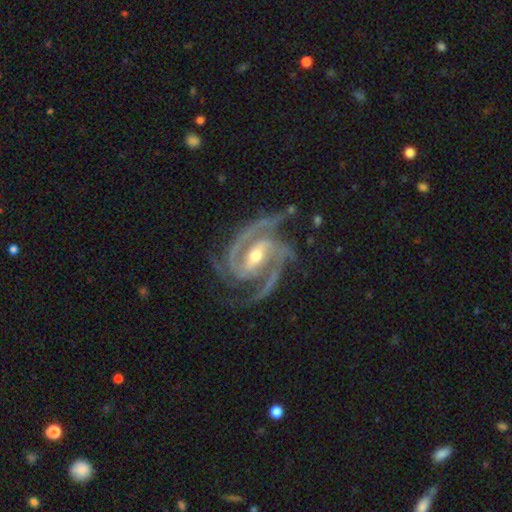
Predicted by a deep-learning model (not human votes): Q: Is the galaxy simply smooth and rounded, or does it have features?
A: featured or disk — 94%.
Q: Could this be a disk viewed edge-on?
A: no — 98%.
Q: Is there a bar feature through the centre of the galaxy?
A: strong — 55%.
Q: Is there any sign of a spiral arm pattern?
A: yes — 99%.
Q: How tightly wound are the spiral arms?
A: medium — 49%.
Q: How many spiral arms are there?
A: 3 — 47%.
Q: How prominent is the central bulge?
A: moderate — 57%.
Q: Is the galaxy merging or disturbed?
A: none — 72%.